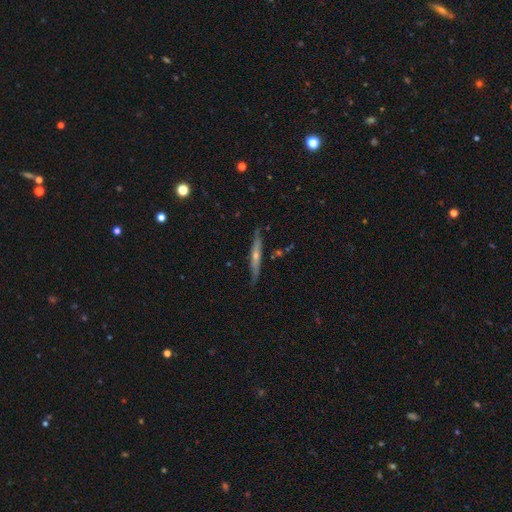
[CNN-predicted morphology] Smooth or featured: featured or disk — 67% (smooth — 26%)
Edge-on disk: yes — 92% (no — 8%)
Edge-on bulge: rounded — 71% (none — 25%)
Merging: none — 82% (minor disturbance — 14%)